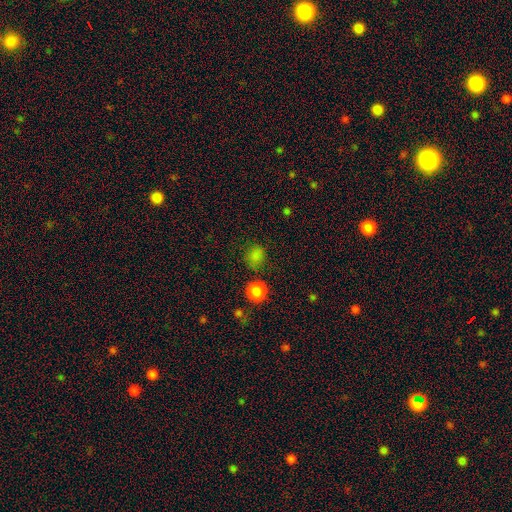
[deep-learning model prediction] Smooth or featured? Predicted: smooth (p=0.77). How rounded? Predicted: round (p=0.77). Merging? Predicted: none (p=0.77).